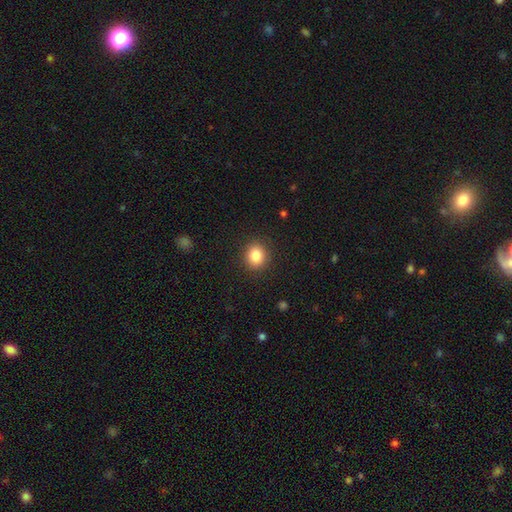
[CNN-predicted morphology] The model was most divided on "how rounded": round: 76%, in between: 24%, cigar-shaped: 1%. More confident: merging — none (90%); smooth or featured — smooth (85%).